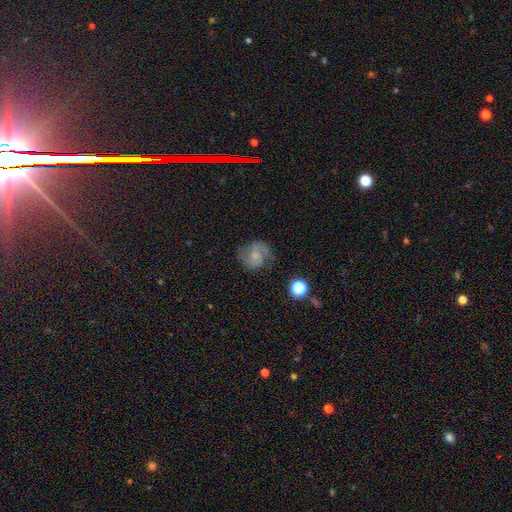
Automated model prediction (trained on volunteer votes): Q: Smooth or featured?
A: featured or disk (63%); runner-up: smooth (27%)
Q: Edge-on disk?
A: no (98%); runner-up: yes (2%)
Q: Bar?
A: no (67%); runner-up: weak (28%)
Q: Spiral arms?
A: yes (90%); runner-up: no (10%)
Q: Spiral winding?
A: medium (46%); runner-up: tight (30%)
Q: Spiral arm count?
A: 2 (65%); runner-up: 1 (14%)
Q: Bulge size?
A: small (45%); runner-up: none (31%)
Q: Merging?
A: none (58%); runner-up: minor disturbance (22%)